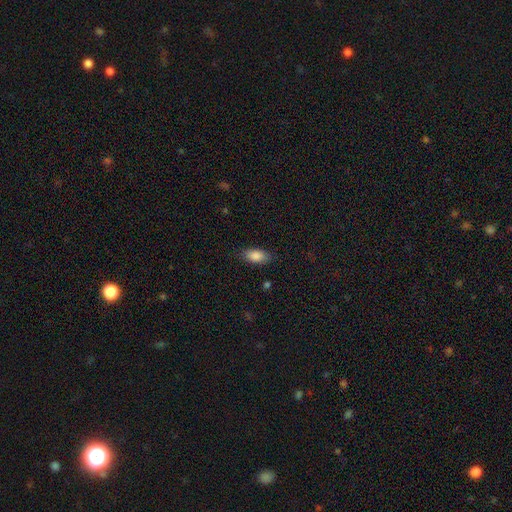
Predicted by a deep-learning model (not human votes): This appears to be a smooth galaxy with no disk features (87%) that is in between round and cigar-shaped (90%). Merging: none (83%).